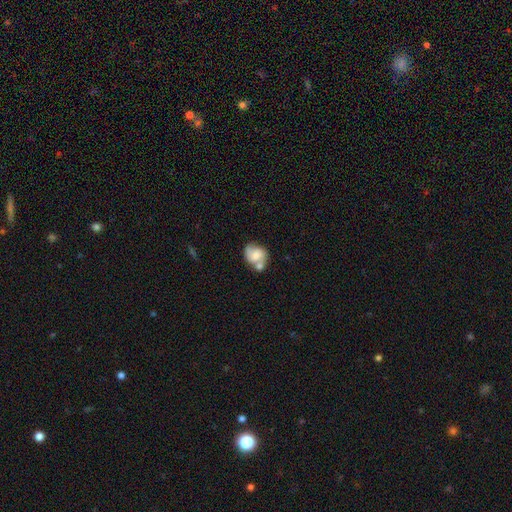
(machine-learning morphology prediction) Smooth or featured? smooth (53%)
How rounded? round (56%)
Merging? merger (39%)